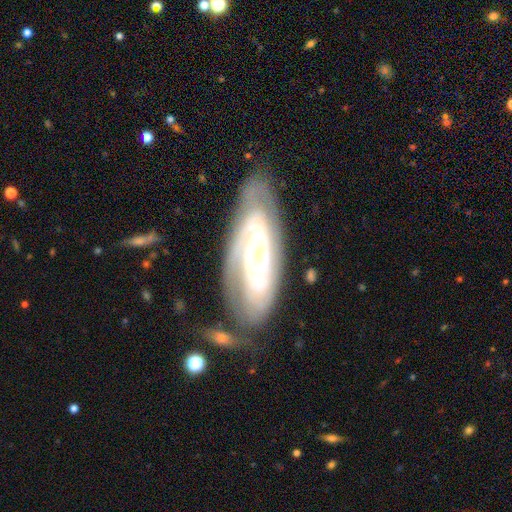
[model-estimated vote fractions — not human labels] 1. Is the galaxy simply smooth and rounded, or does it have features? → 85% featured or disk, 10% smooth, 6% star or artifact.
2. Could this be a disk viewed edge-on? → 91% no, 9% yes.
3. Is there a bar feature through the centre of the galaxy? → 44% no, 34% weak, 22% strong.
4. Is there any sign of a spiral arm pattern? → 96% yes, 4% no.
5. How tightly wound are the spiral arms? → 62% tight, 31% medium, 6% loose.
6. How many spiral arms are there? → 57% 2, 21% can't tell, 12% 3, 4% 4, 4% 1, 3% more than 4.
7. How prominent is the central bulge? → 63% small, 28% moderate, 4% large, 3% none, 1% dominant.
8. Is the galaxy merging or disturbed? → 71% none, 18% minor disturbance, 7% major disturbance, 4% merger.